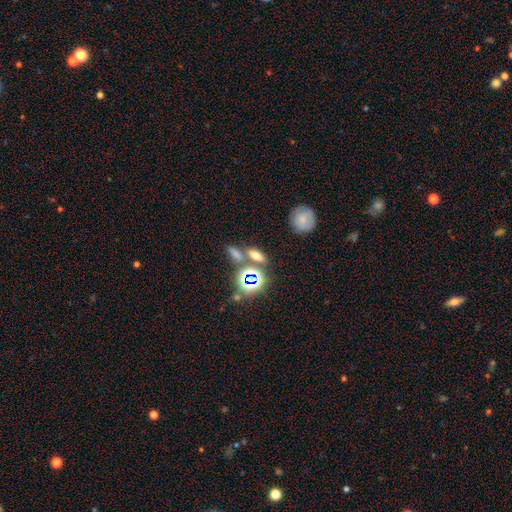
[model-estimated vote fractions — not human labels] This appears to be a smooth galaxy with no disk features (60%) that is in between round and cigar-shaped (66%). Merging: none (60%).